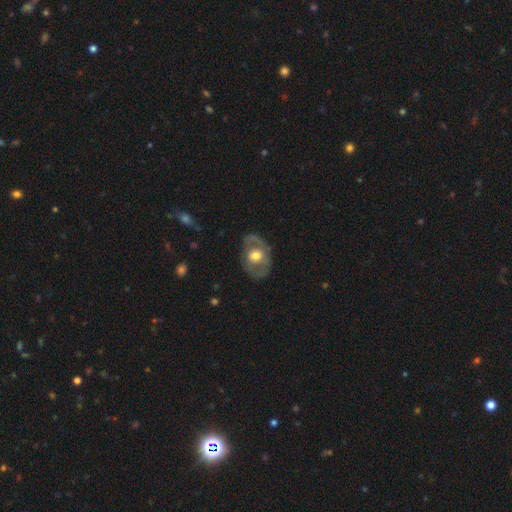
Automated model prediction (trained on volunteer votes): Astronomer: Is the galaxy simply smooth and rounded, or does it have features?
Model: featured or disk — 56% (runner-up: smooth, 38%).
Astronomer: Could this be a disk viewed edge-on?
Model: no — 92%.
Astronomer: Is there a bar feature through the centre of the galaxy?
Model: no — 73%.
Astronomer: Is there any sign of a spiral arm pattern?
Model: no — 67%.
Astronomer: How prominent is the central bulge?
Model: moderate — 63%.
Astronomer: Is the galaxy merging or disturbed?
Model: none — 75%.